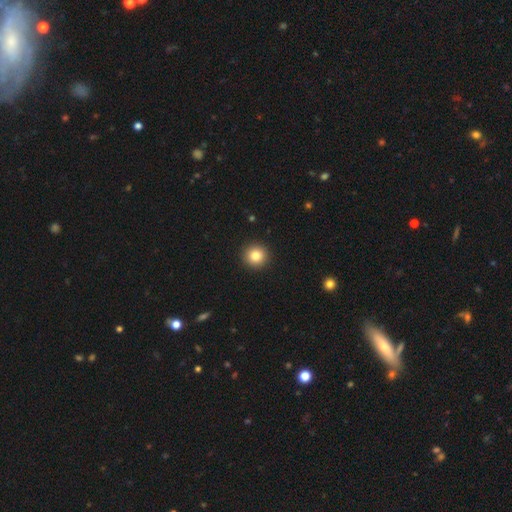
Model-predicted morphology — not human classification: smooth 82%, star or artifact 10%, featured or disk 7%. Down the decision tree: how rounded — round (95%); merging — none (93%).